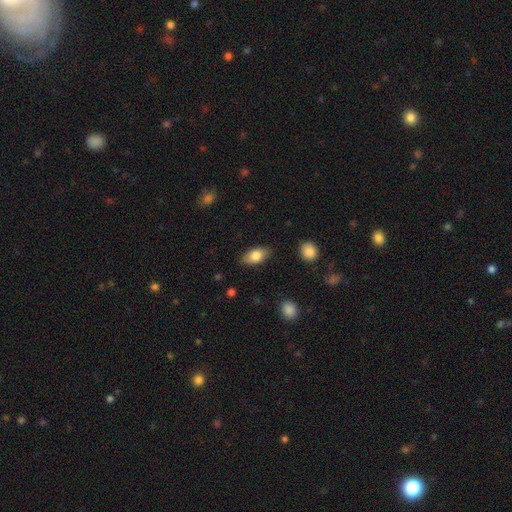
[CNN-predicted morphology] smooth_or_featured: smooth (p=0.81) [alt: featured or disk p=0.12]
how_rounded: in between (p=0.91) [alt: round p=0.05]
merging: none (p=0.84) [alt: minor disturbance p=0.12]